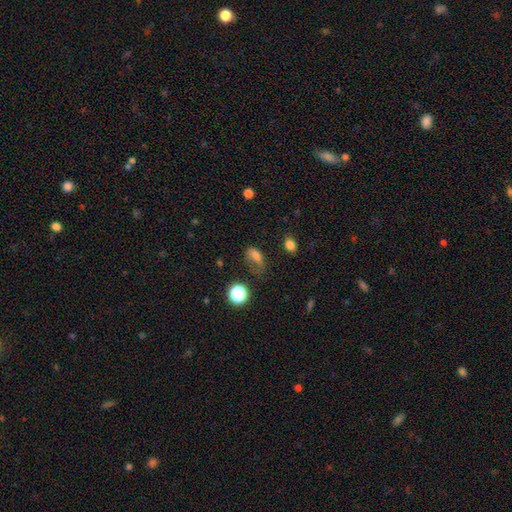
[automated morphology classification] Q: Smooth or featured?
A: smooth (73%); runner-up: star or artifact (16%)
Q: How rounded?
A: in between (81%); runner-up: round (14%)
Q: Merging?
A: none (40%); runner-up: minor disturbance (30%)